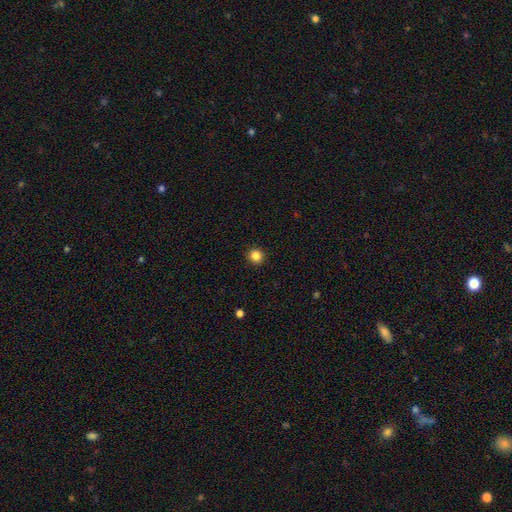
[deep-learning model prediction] Smooth or featured: smooth — 85% (star or artifact — 11%)
How rounded: round — 95% (in between — 4%)
Merging: none — 93% (minor disturbance — 4%)